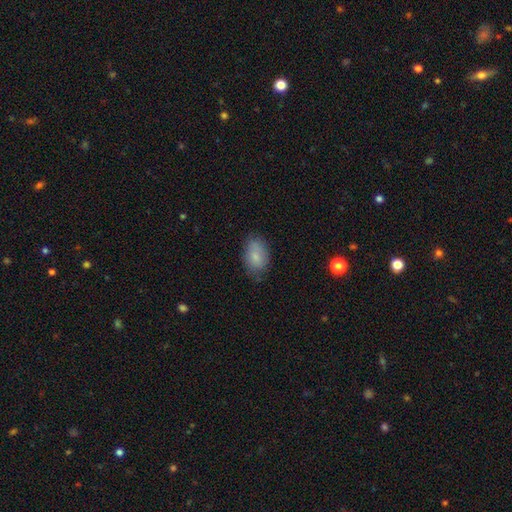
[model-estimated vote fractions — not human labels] smooth 82%, featured or disk 11%, star or artifact 8%. Down the decision tree: how rounded — in between (86%); merging — none (72%).